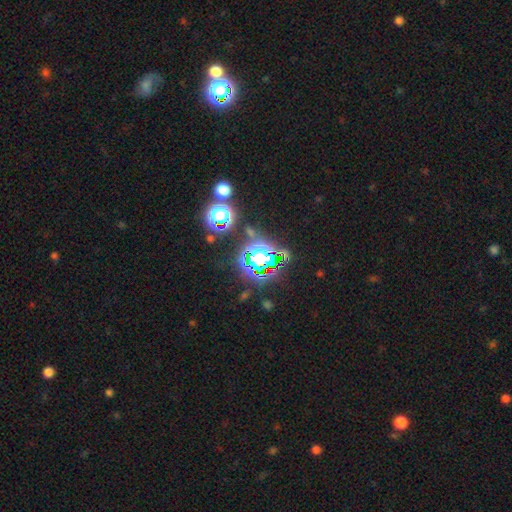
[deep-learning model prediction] Smooth or featured? star or artifact (77%)